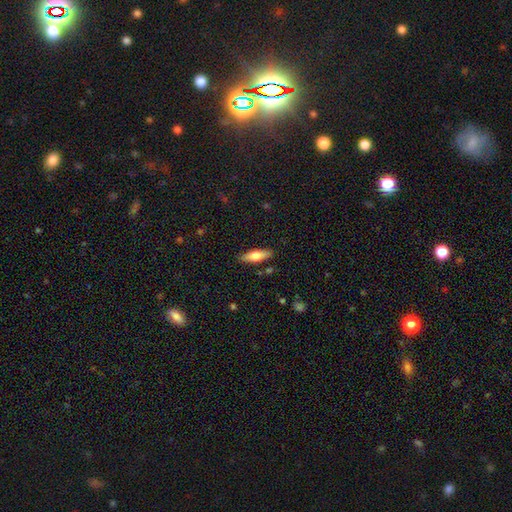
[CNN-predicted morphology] Smooth or featured?
  - smooth: 64% *
  - featured or disk: 30%
  - star or artifact: 6%
How rounded?
  - in between: 53% *
  - cigar-shaped: 45%
  - round: 2%
Merging?
  - none: 86% *
  - minor disturbance: 10%
  - major disturbance: 2%
  - merger: 2%